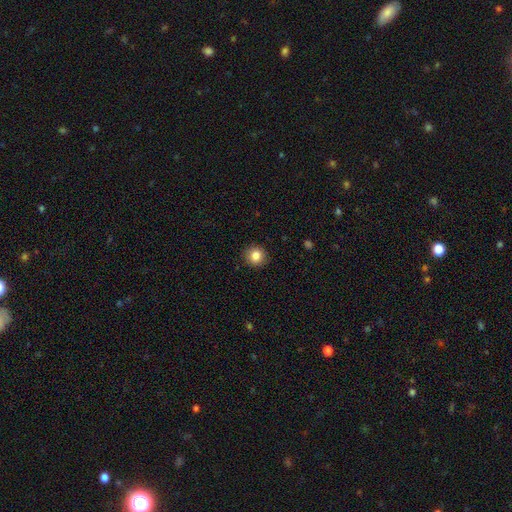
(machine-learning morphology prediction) Overall: smooth (84%). How rounded: round (91%). Merging: none (90%).